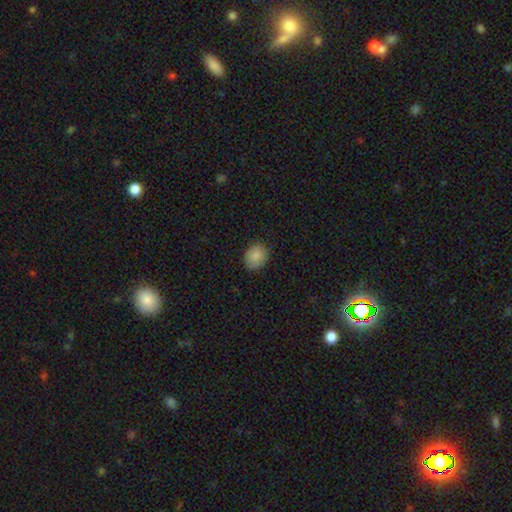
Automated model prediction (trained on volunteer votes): This appears to be a smooth galaxy with no disk features (87%) that is round (56%). Merging: none (84%).